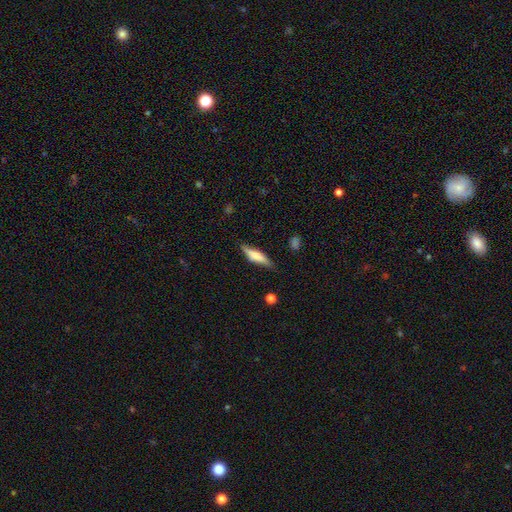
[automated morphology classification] This appears to be a smooth galaxy with no disk features (62%) that is cigar-shaped (73%). Merging: none (80%).